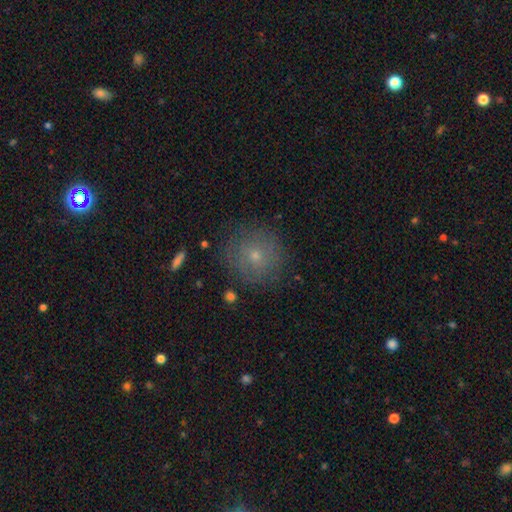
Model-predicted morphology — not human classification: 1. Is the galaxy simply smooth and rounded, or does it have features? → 59% smooth, 27% featured or disk, 14% star or artifact.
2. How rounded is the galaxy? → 92% round, 7% in between, 1% cigar-shaped.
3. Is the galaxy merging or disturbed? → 80% none, 13% minor disturbance, 5% major disturbance, 2% merger.